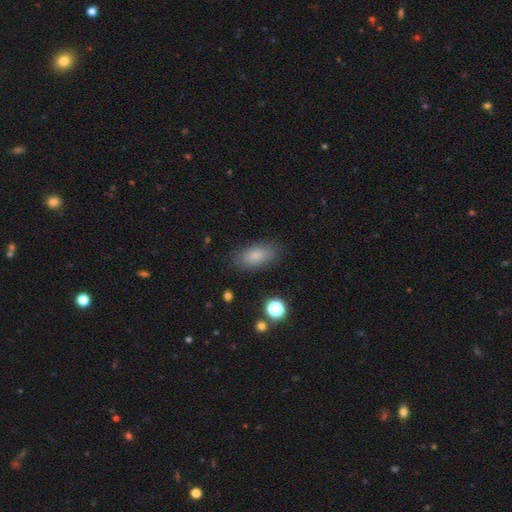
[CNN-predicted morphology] smooth_or_featured: smooth (p=0.82) [alt: star or artifact p=0.09]
how_rounded: in between (p=0.86) [alt: cigar-shaped p=0.10]
merging: none (p=0.83) [alt: minor disturbance p=0.11]